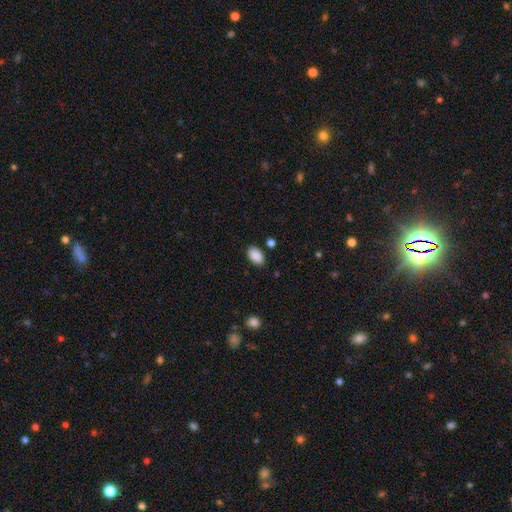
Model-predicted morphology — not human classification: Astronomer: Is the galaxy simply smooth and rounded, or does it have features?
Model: smooth — 89%.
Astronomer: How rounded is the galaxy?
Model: in between — 92%.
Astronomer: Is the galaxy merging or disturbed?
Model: none — 84%.